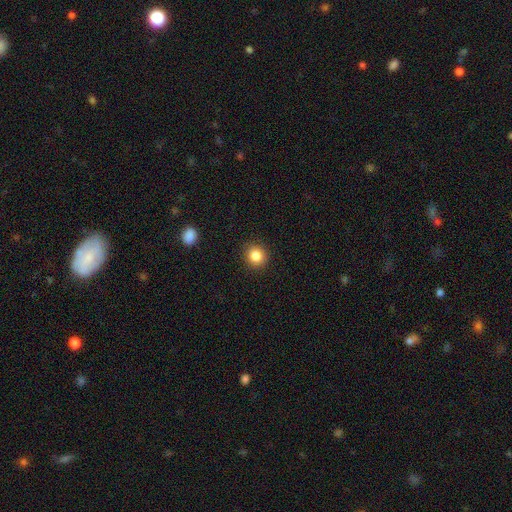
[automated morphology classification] Q: Smooth or featured?
A: smooth (85%); runner-up: star or artifact (10%)
Q: How rounded?
A: round (89%); runner-up: in between (10%)
Q: Merging?
A: none (90%); runner-up: minor disturbance (6%)